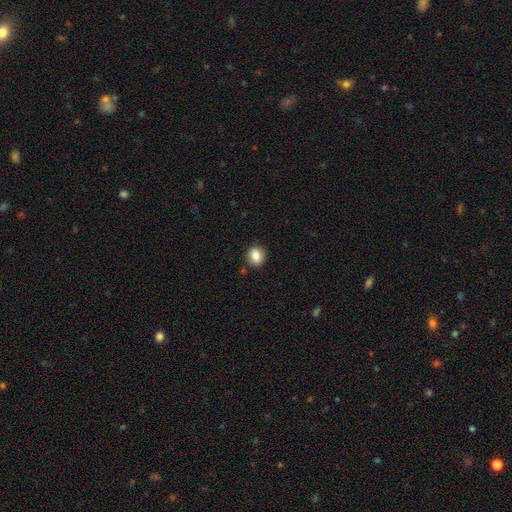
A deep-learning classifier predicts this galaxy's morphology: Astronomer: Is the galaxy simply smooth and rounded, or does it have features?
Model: smooth — 82%.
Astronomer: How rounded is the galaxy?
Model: round — 67%.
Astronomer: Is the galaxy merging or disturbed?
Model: none — 86%.